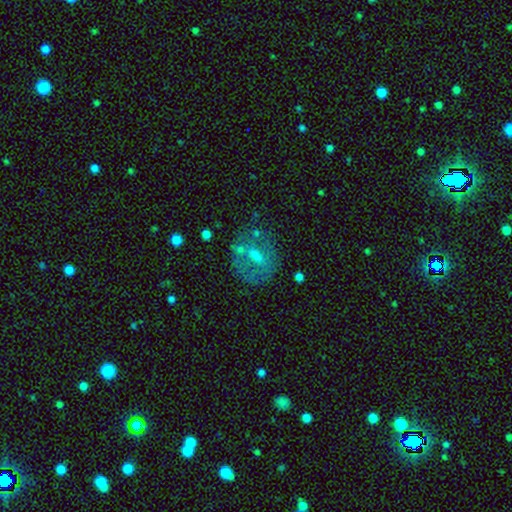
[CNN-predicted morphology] type=smooth (44%, tied with featured or disk); merging=none (58%).